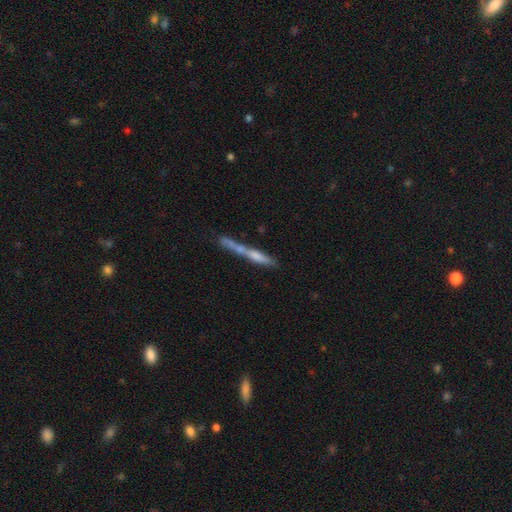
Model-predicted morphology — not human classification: The model was most divided on "smooth or featured": featured or disk: 49%, smooth: 41%, star or artifact: 10%. More confident: merging — none (50%).